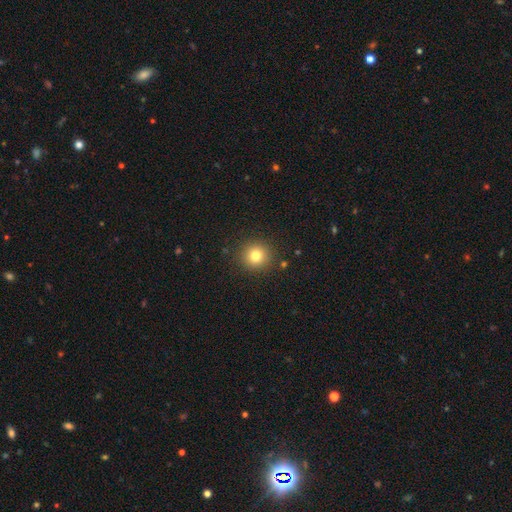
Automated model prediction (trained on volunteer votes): The model was most divided on "smooth or featured": smooth: 80%, star or artifact: 13%, featured or disk: 8%. More confident: how rounded — round (92%); merging — none (89%).